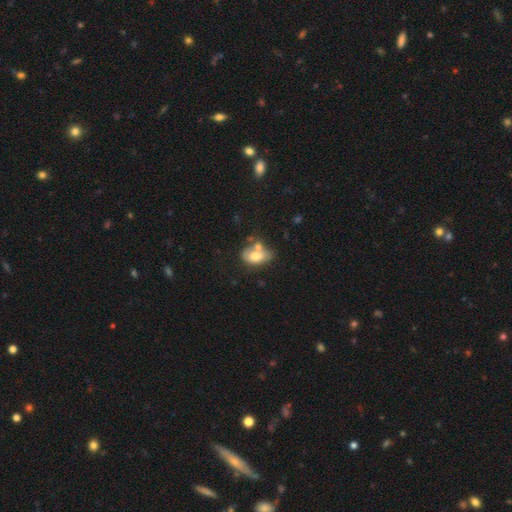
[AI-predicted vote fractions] smooth-or-featured: smooth: 66% | featured or disk: 26% | star or artifact: 8%
  how-rounded: in between: 86% | round: 12% | cigar-shaped: 2%
  merging: merger: 39% | none: 33% | minor disturbance: 19% | major disturbance: 9%